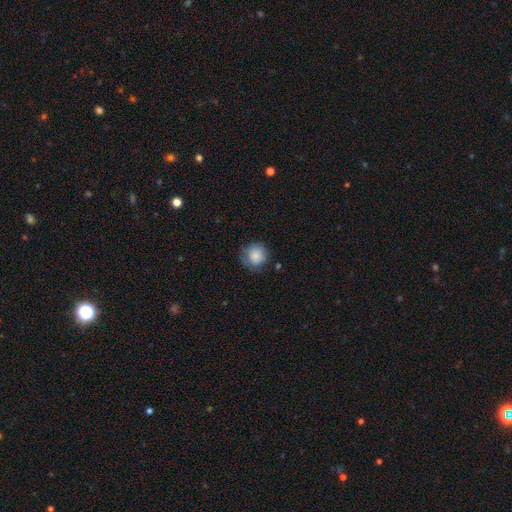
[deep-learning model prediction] Morphology: type=smooth (83%); roundness=round (91%); merging=none (71%).